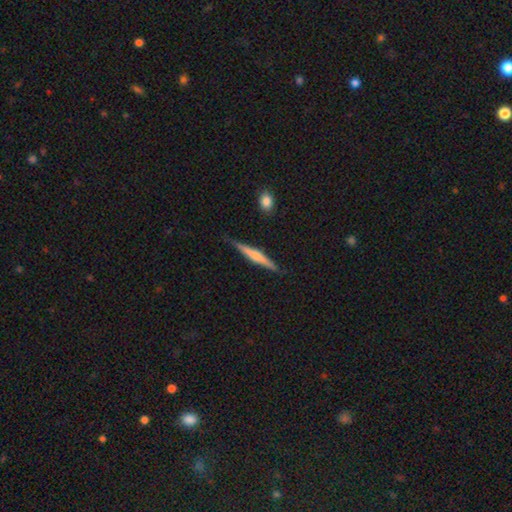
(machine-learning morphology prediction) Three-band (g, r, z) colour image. It shows a featured or disk galaxy (54%) viewed edge-on (97%) with a rounded central bulge (54%). Merging: none (86%).